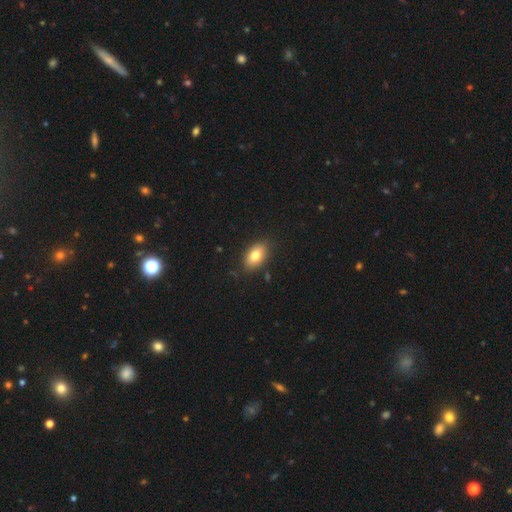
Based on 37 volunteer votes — This is likely a smooth galaxy (78%). How rounded: clearly in between (90%). Merging: clearly none (85%).